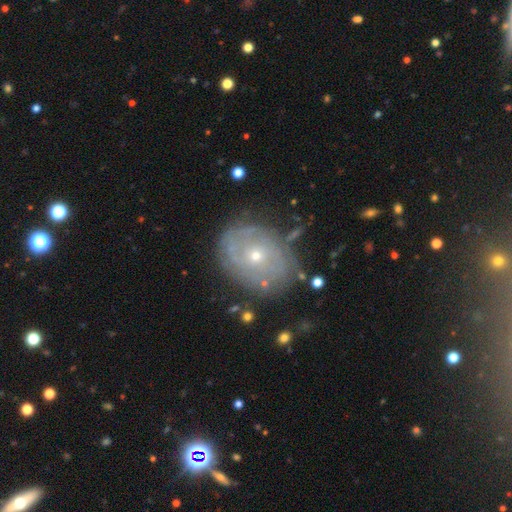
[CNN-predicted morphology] The model was most divided on "bulge size": small: 65%, moderate: 32%, large: 1%, none: 1%, dominant: 1%. More confident: edge-on disk — no (96%); bar — no (82%); spiral arms — yes (73%); merging — none (72%); smooth or featured — featured or disk (71%).